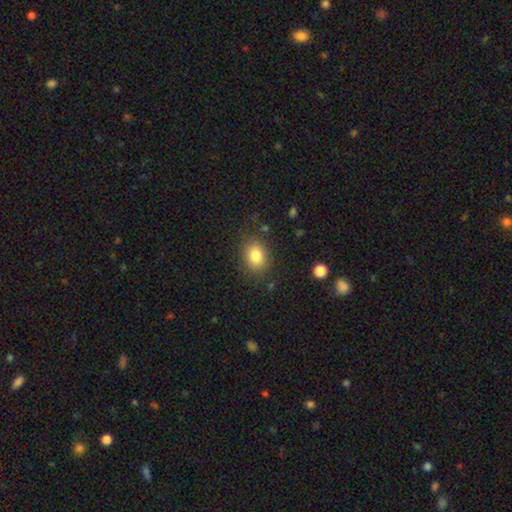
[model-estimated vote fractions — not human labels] smooth 82%, star or artifact 10%, featured or disk 8%. Down the decision tree: how rounded — in between (60%); merging — none (83%).